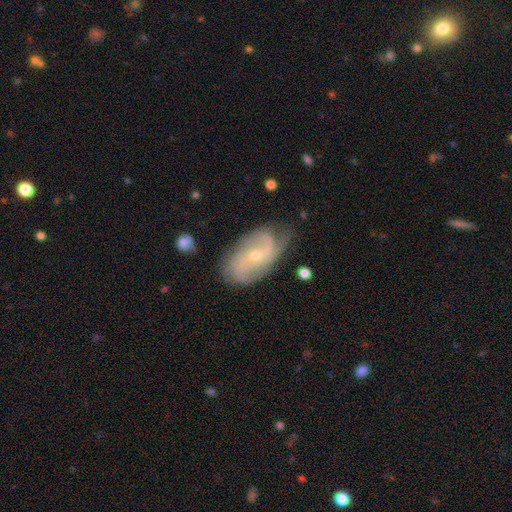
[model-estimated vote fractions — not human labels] featured or disk 84%, smooth 11%, star or artifact 6%. Down the decision tree: edge-on disk — no (96%); bar — no (59%); spiral arms — yes (94%); spiral arm count — 2 (42%); spiral winding — medium (43%); bulge size — small (71%); merging — none (66%).